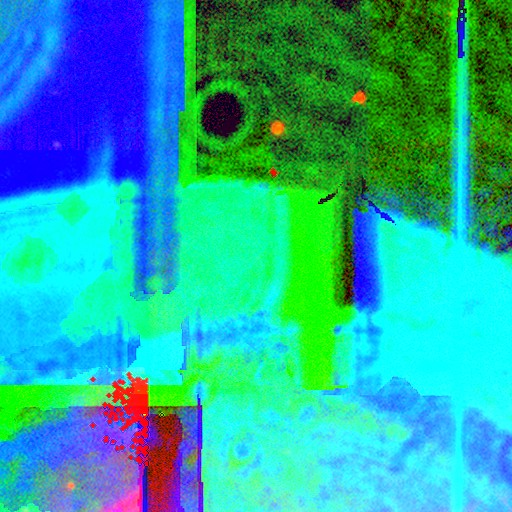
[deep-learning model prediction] The model was most divided on "smooth or featured": star or artifact: 85%, featured or disk: 8%, smooth: 7%.